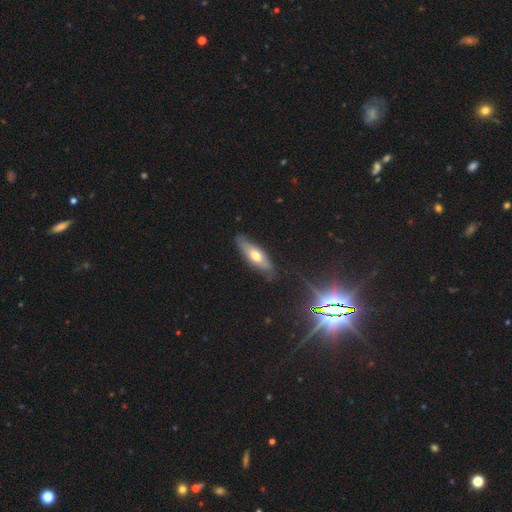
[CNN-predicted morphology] smooth 51%, featured or disk 42%, star or artifact 7%. Down the decision tree: how rounded — in between (56%); merging — none (77%).